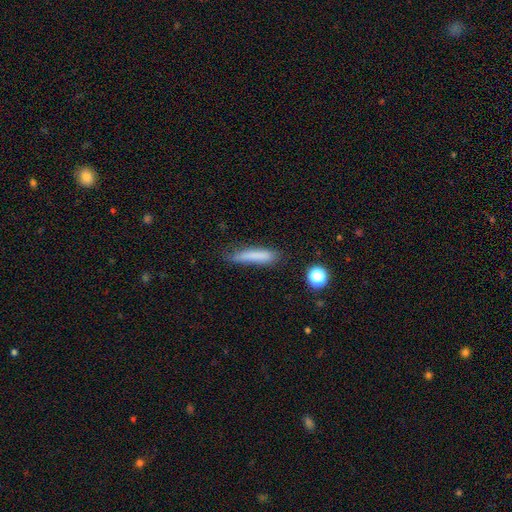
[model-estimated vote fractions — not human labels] Smooth or featured? smooth (78%)
How rounded? cigar-shaped (87%)
Merging? none (67%)